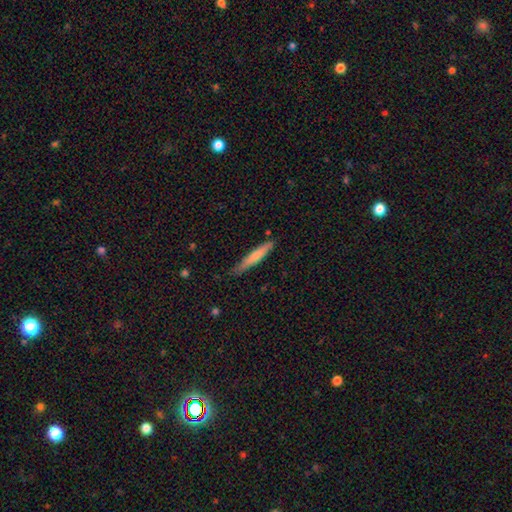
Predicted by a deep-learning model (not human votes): smooth_or_featured: smooth (p=0.69) [alt: featured or disk p=0.26]
how_rounded: cigar-shaped (p=0.93) [alt: in between p=0.06]
merging: none (p=0.78) [alt: minor disturbance p=0.18]